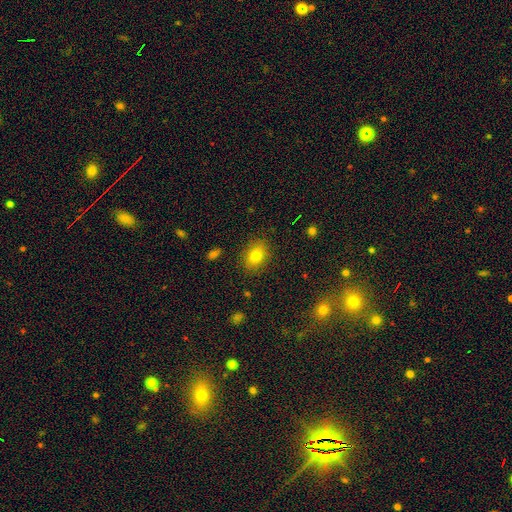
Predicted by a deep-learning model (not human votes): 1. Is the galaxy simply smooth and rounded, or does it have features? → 79% smooth, 11% star or artifact, 10% featured or disk.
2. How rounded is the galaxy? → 69% in between, 30% round, 1% cigar-shaped.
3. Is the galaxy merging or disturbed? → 86% none, 10% minor disturbance, 3% major disturbance, 1% merger.